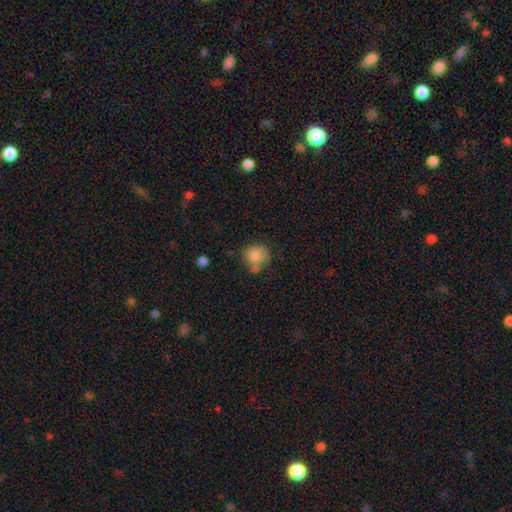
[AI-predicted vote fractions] smooth 82%, star or artifact 9%, featured or disk 9%. Down the decision tree: how rounded — round (81%); merging — none (52%).